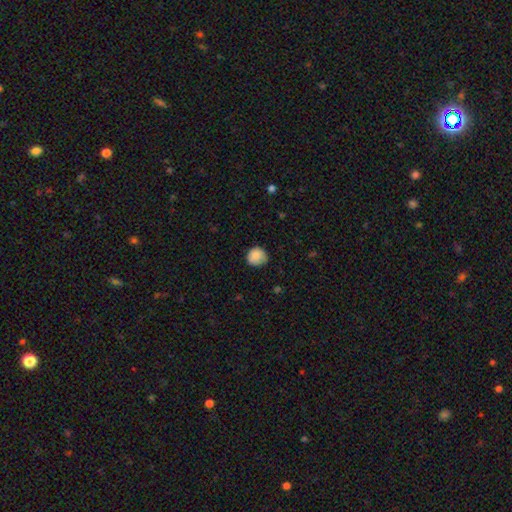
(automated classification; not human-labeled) A smooth galaxy with no disk features (84%) that is round (88%).

Vote fractions:
- Smooth or featured? smooth: 84% / star or artifact: 8% / featured or disk: 8%
- How rounded? round: 88% / in between: 11% / cigar-shaped: 1%
- Merging? none: 76% / minor disturbance: 20% / major disturbance: 3% / merger: 1%